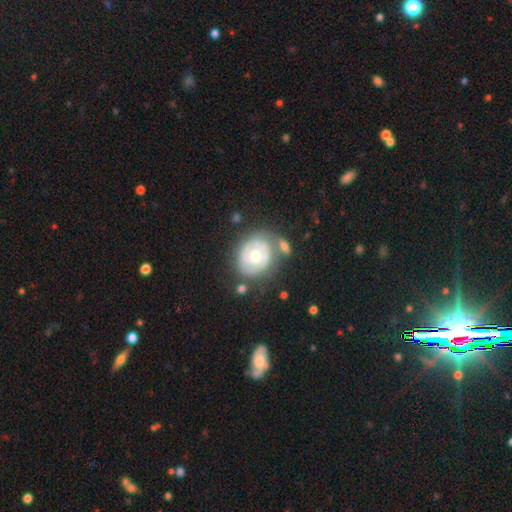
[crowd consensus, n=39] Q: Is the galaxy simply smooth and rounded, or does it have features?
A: featured or disk — 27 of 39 (69%).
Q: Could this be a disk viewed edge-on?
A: no — 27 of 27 (100%).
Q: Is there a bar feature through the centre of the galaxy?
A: no — 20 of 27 (74%).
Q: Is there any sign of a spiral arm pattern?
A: yes — 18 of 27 (67%).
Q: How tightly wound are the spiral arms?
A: tight — 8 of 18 (44%, tied with medium).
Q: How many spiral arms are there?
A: can't tell — 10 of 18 (56%).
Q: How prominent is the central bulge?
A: moderate — 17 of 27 (63%).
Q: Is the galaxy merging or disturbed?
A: none — 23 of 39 (59%).